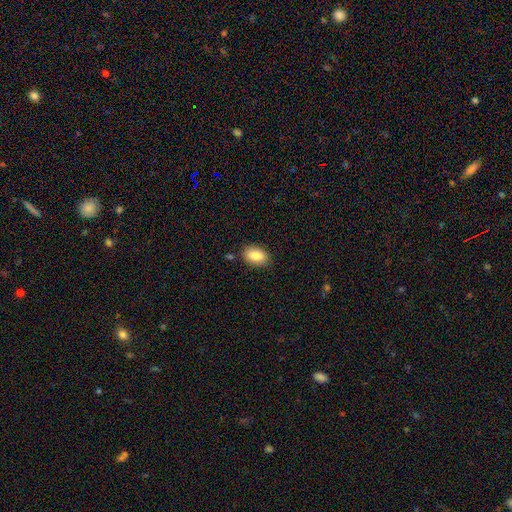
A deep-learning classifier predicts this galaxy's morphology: Smooth or featured?
  - smooth: 87% *
  - star or artifact: 7%
  - featured or disk: 6%
How rounded?
  - in between: 90% *
  - round: 8%
  - cigar-shaped: 2%
Merging?
  - none: 84% *
  - minor disturbance: 11%
  - merger: 3%
  - major disturbance: 2%